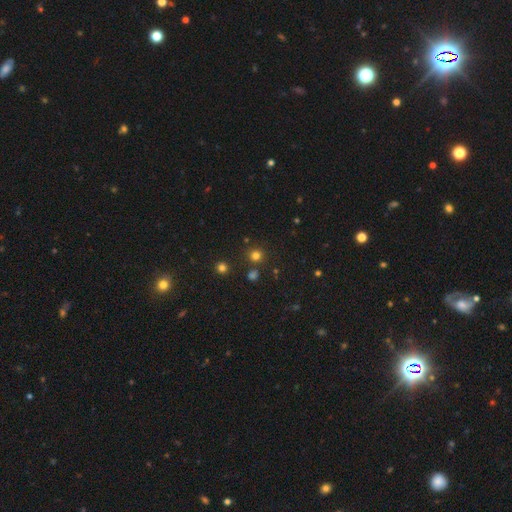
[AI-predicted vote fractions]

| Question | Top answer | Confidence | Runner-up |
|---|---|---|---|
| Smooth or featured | smooth | 74% | star or artifact (21%) |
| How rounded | round | 91% | in between (8%) |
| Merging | none | 84% | merger (7%) |